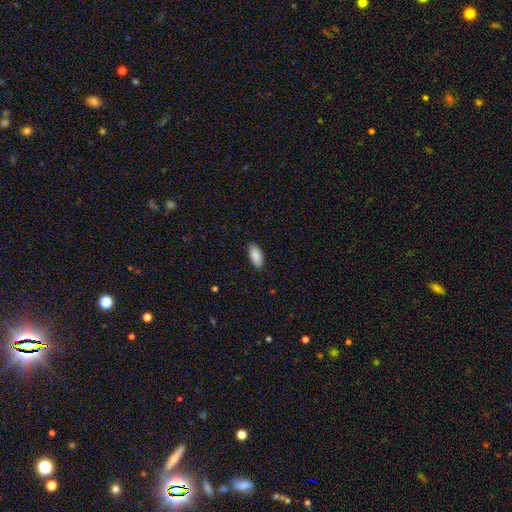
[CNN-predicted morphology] This is clearly a smooth galaxy (90%). How rounded: clearly in between (92%). Merging: clearly none (88%).